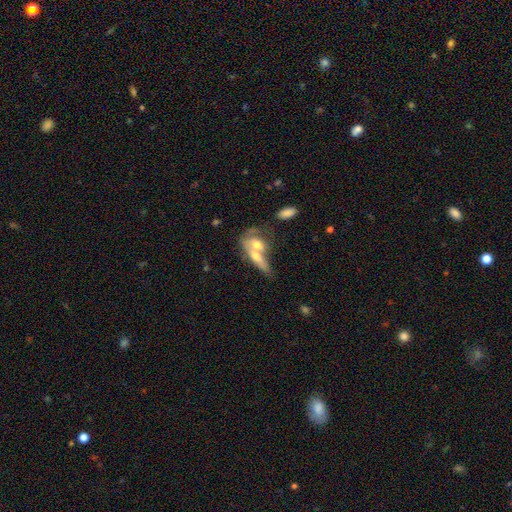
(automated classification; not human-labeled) The model was most divided on "smooth or featured": smooth: 51%, featured or disk: 42%, star or artifact: 7%. More confident: merging — merger (63%); how rounded — in between (54%).